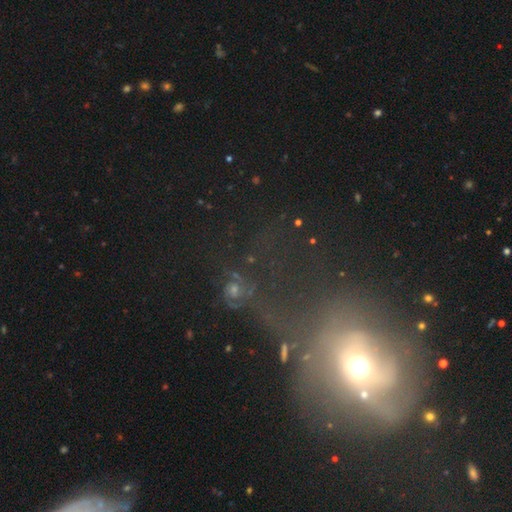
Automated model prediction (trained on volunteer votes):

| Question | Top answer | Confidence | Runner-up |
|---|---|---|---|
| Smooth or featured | star or artifact | 38% | smooth (33%) |